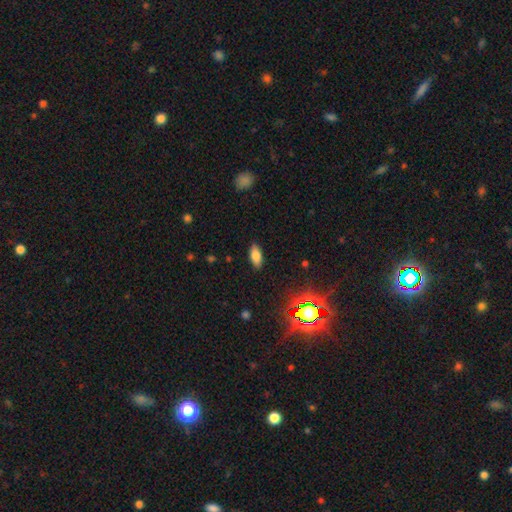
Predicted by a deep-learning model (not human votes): smooth-or-featured: smooth: 80% | star or artifact: 12% | featured or disk: 9%
  how-rounded: in between: 86% | cigar-shaped: 11% | round: 3%
  merging: none: 87% | minor disturbance: 9% | major disturbance: 2% | merger: 1%